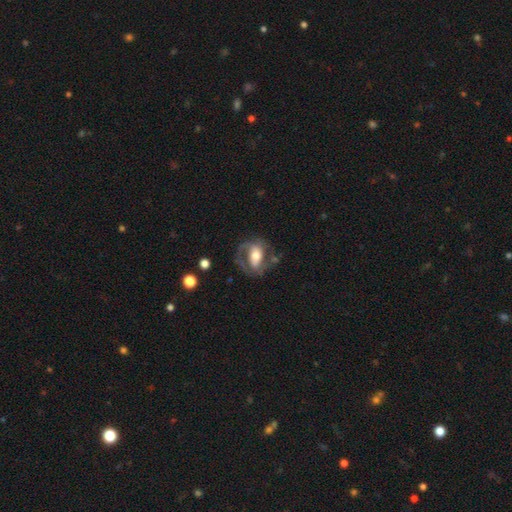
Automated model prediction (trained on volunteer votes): This appears to be a featured or disk galaxy (64%) with no bar (35%), spiral arms (67%) and a moderate central bulge (61%). Merging: none (52%).